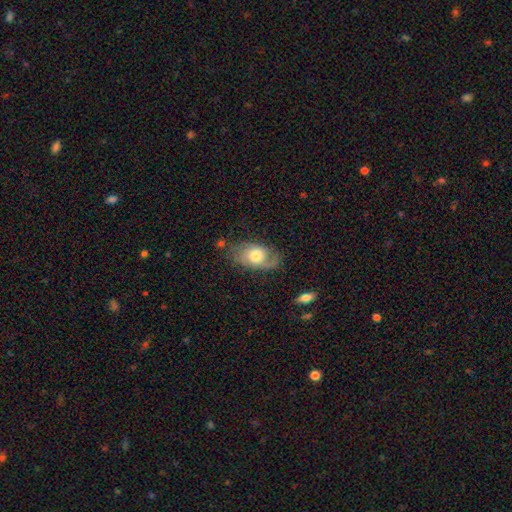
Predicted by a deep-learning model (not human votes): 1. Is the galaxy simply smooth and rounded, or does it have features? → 50% featured or disk, 43% smooth, 7% star or artifact.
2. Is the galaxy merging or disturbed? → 62% none, 24% minor disturbance, 11% major disturbance, 3% merger.